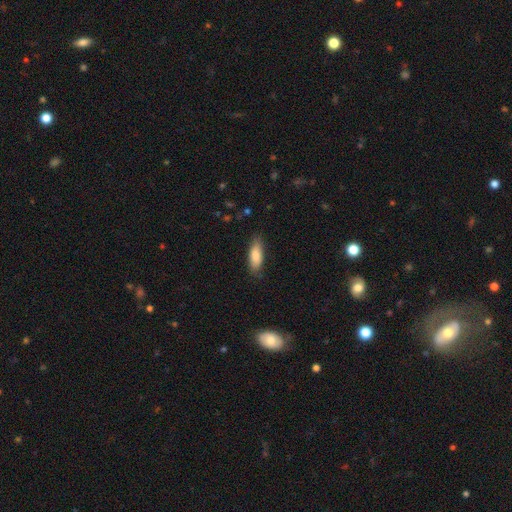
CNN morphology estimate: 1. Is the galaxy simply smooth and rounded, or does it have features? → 84% smooth, 10% featured or disk, 6% star or artifact.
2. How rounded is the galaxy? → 66% in between, 32% cigar-shaped, 2% round.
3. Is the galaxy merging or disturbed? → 78% none, 17% minor disturbance, 4% major disturbance, 1% merger.